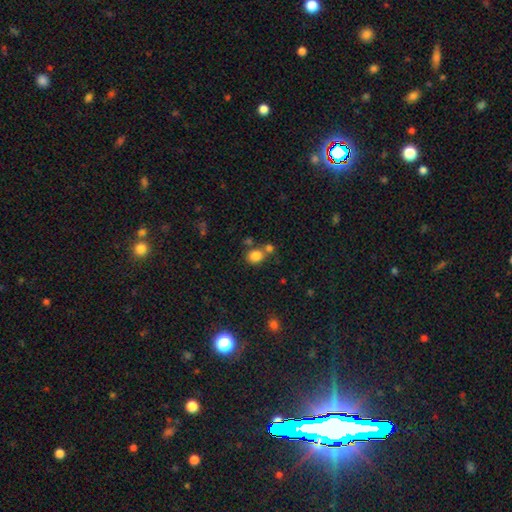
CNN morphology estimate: smooth-or-featured: smooth: 82% | star or artifact: 12% | featured or disk: 6%
  how-rounded: round: 70% | in between: 29% | cigar-shaped: 1%
  merging: none: 59% | merger: 27% | minor disturbance: 10% | major disturbance: 4%